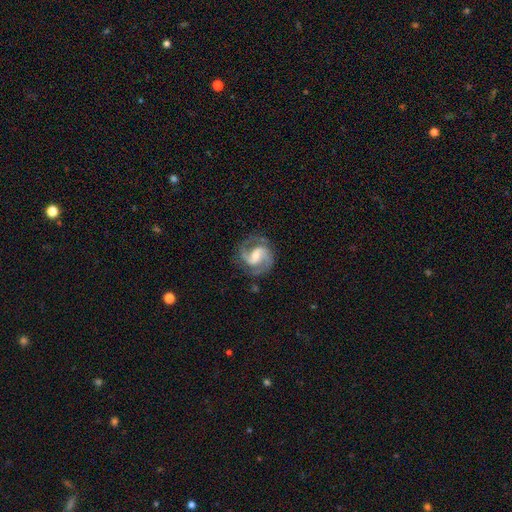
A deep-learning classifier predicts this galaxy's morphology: Smooth or featured? Predicted: featured or disk (p=0.90). Edge-on disk? Predicted: no (p=0.98). Bar? Predicted: weak (p=0.50). Spiral arms? Predicted: yes (p=0.98). Spiral winding? Predicted: medium (p=0.60). Spiral arm count? Predicted: 2 (p=0.90). Bulge size? Predicted: moderate (p=0.47). Merging? Predicted: none (p=0.77).